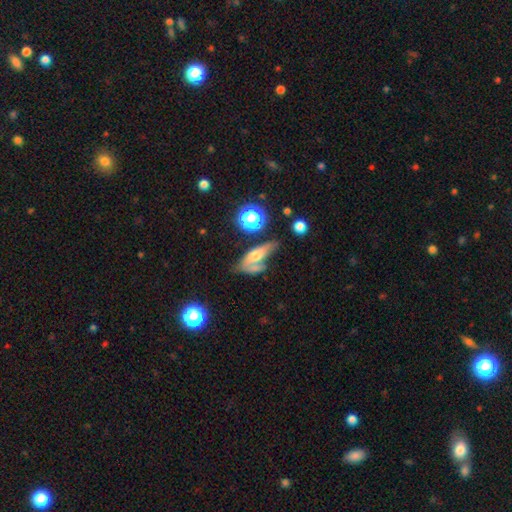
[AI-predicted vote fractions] smooth-or-featured: smooth: 48% | featured or disk: 40% | star or artifact: 11%
  merging: none: 30% | major disturbance: 25% | merger: 23% | minor disturbance: 22%